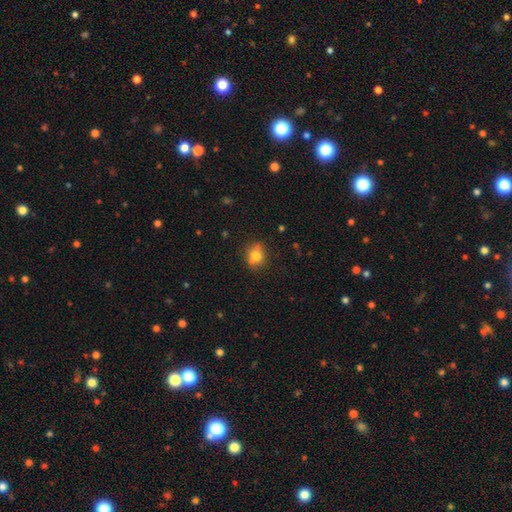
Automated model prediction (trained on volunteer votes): Overall: smooth (76%). How rounded: round (71%). Merging: none (72%).